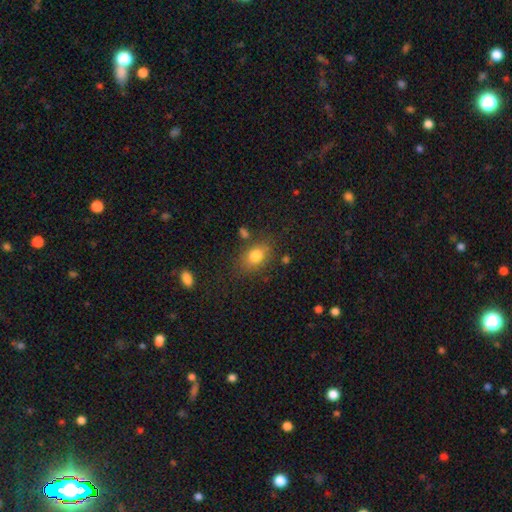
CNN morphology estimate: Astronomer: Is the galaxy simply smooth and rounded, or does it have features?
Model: smooth — 78%.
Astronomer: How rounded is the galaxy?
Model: in between — 73%.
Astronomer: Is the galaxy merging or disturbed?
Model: none — 74%.